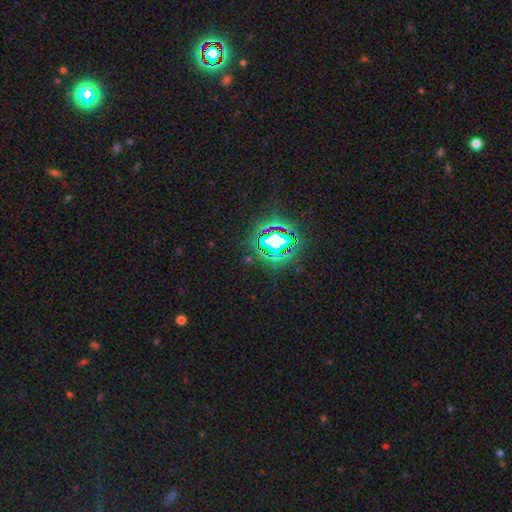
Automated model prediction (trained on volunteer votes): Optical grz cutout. It shows a star or artifact, not a galaxy (84%).